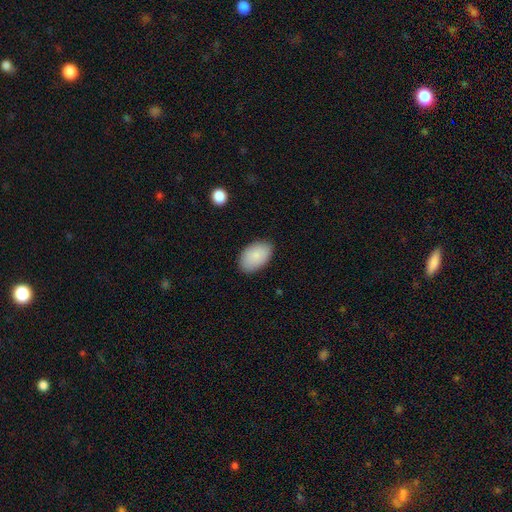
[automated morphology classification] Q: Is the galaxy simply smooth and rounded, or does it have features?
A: smooth — 87%.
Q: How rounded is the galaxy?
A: in between — 93%.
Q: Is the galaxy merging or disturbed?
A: none — 86%.